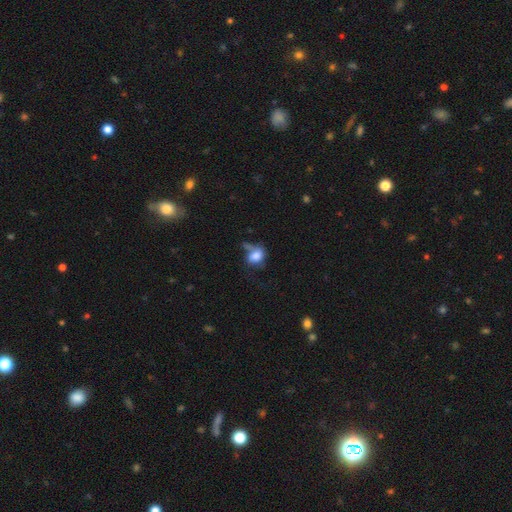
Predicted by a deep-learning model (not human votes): smooth 75%, featured or disk 16%, star or artifact 10%. Down the decision tree: how rounded — in between (66%); merging — none (34%).